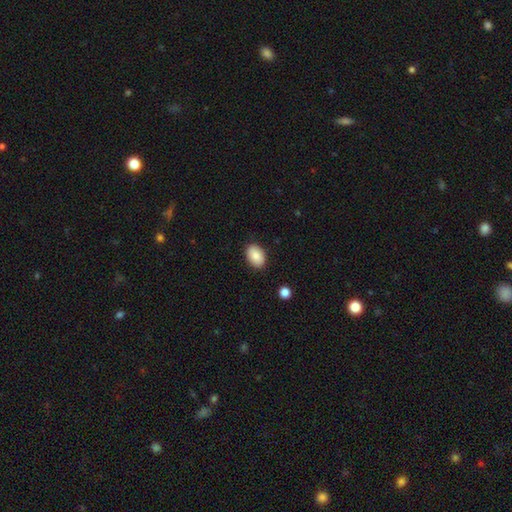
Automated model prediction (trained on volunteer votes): Morphology: type=smooth (86%); roundness=in between (85%); merging=none (88%).